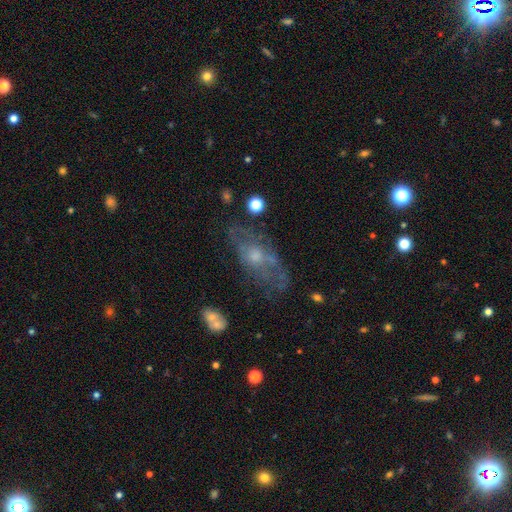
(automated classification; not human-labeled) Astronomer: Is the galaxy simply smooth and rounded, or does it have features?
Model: featured or disk — 59%.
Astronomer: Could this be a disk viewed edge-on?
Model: no — 84%.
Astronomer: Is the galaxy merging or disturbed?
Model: none — 59%.